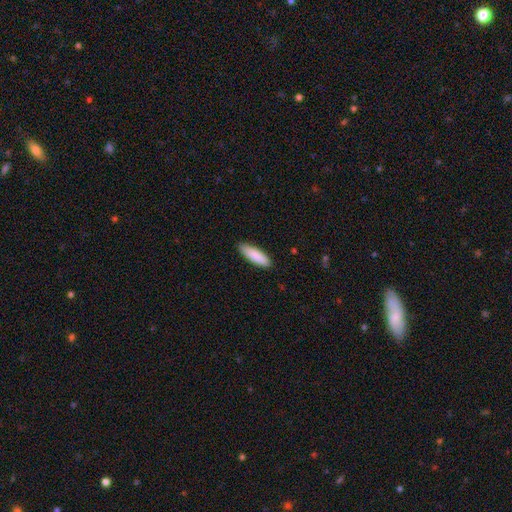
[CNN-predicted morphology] smooth-or-featured: smooth: 89% | featured or disk: 6% | star or artifact: 5%
  how-rounded: cigar-shaped: 51% | in between: 47% | round: 1%
  merging: none: 88% | minor disturbance: 9% | major disturbance: 2% | merger: 1%